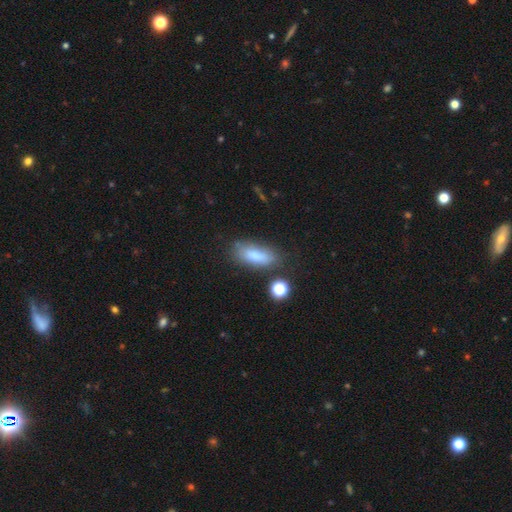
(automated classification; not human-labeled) smooth 81%, featured or disk 11%, star or artifact 8%. Down the decision tree: how rounded — in between (77%); merging — none (71%).